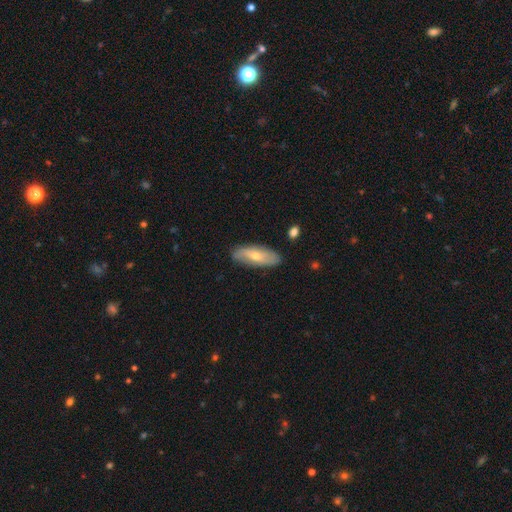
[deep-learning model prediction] This is possibly a smooth galaxy (48%). Merging: clearly none (84%).